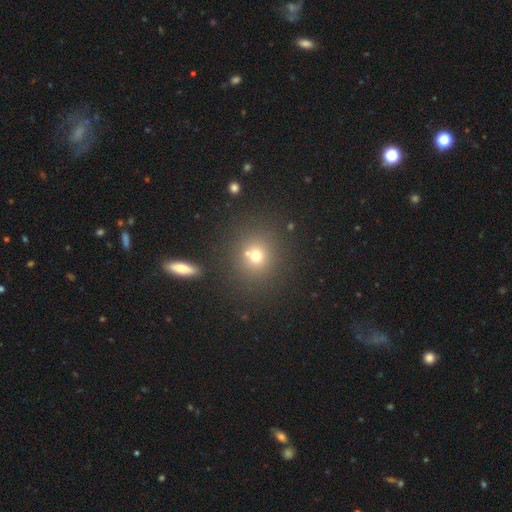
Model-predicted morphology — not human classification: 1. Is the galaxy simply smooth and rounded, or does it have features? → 69% smooth, 19% star or artifact, 12% featured or disk.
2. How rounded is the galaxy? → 86% round, 13% in between, 1% cigar-shaped.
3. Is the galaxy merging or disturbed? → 70% none, 17% merger, 9% minor disturbance, 4% major disturbance.